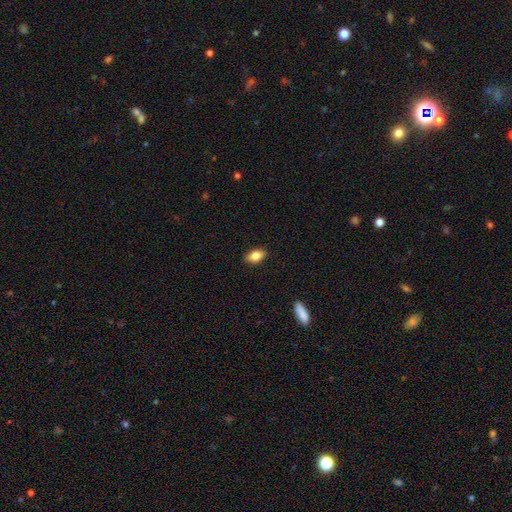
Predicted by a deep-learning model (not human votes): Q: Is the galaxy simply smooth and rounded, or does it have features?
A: smooth — 82%.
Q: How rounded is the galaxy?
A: in between — 88%.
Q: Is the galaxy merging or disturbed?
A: none — 88%.